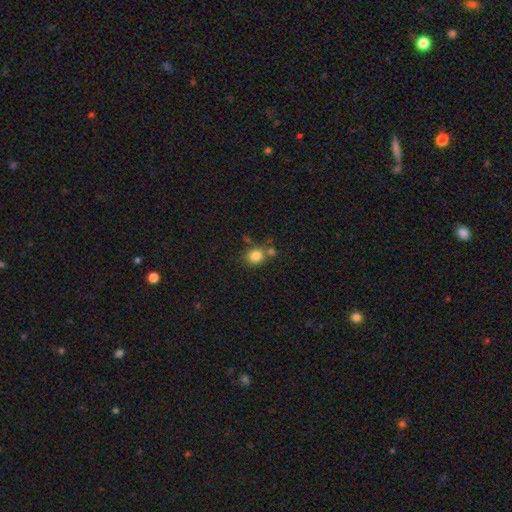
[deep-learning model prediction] A smooth galaxy with no disk features (82%) that is round (79%). Merging: none (62%).